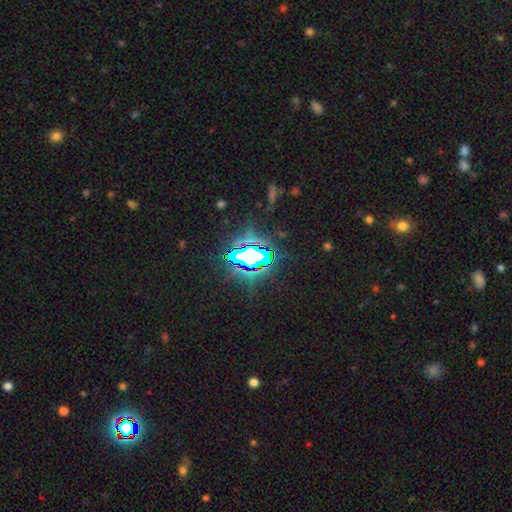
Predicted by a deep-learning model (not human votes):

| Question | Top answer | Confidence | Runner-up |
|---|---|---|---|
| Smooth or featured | star or artifact | 77% | smooth (13%) |